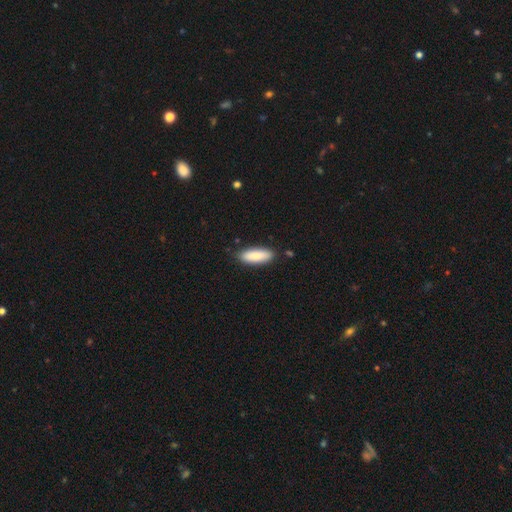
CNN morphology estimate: Overall: smooth (86%). How rounded: in between (63%; cigar-shaped 36%). Merging: none (85%).